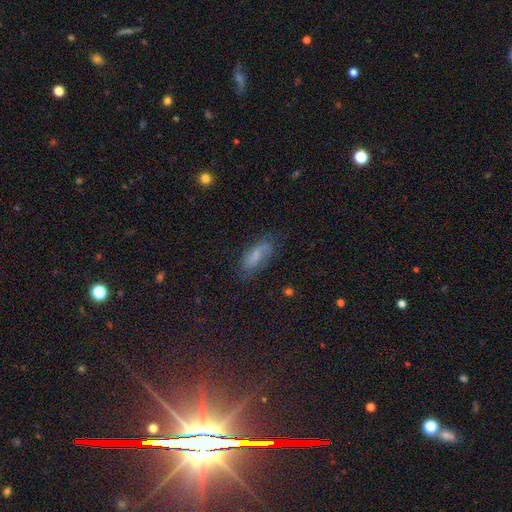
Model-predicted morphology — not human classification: Smooth or featured?
  - smooth: 52% *
  - featured or disk: 34%
  - star or artifact: 14%
How rounded?
  - in between: 78% *
  - cigar-shaped: 18%
  - round: 4%
Merging?
  - none: 64% *
  - minor disturbance: 24%
  - major disturbance: 10%
  - merger: 2%